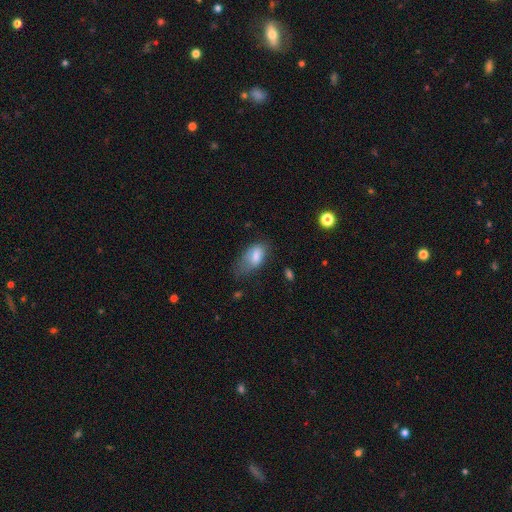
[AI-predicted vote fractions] The model was most divided on "merging": minor disturbance: 39%, none: 30%, major disturbance: 28%, merger: 3%. More confident: how rounded — in between (91%); smooth or featured — smooth (77%).